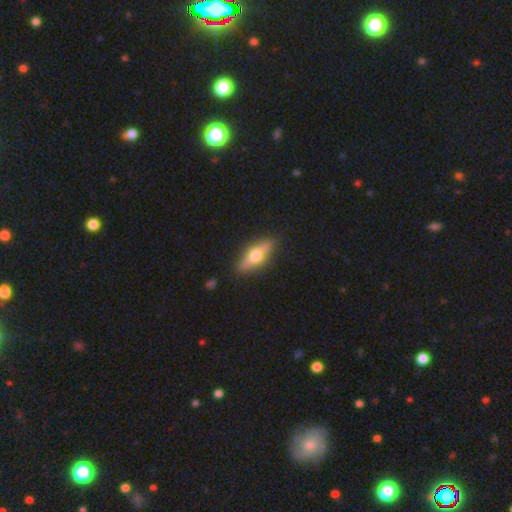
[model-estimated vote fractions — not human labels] Smooth or featured: featured or disk — 49% (smooth — 45%)
Merging: none — 87% (minor disturbance — 10%)